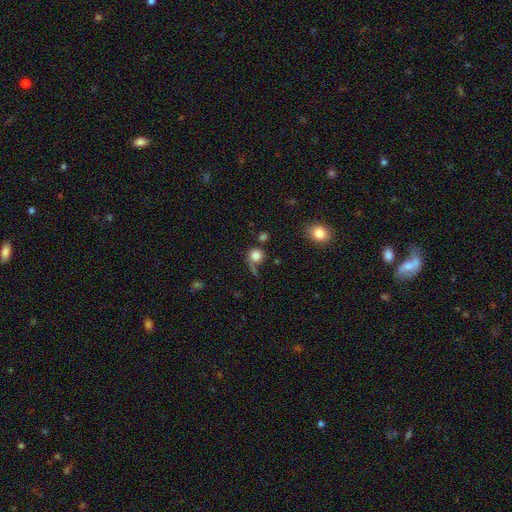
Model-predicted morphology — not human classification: The model was most divided on "merging": none: 50%, major disturbance: 19%, minor disturbance: 17%, merger: 14%. More confident: how rounded — round (89%); smooth or featured — smooth (80%).